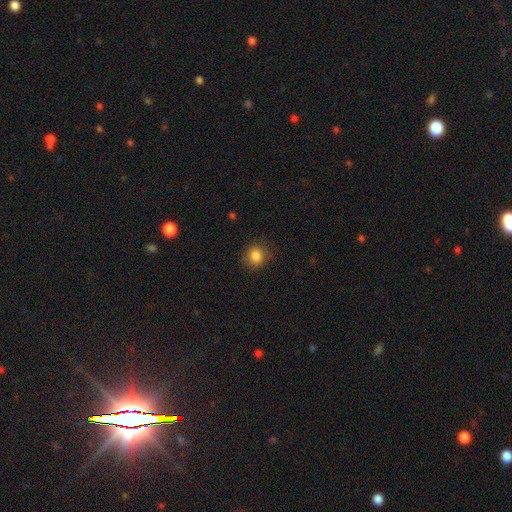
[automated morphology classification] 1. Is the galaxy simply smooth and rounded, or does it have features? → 84% smooth, 10% star or artifact, 6% featured or disk.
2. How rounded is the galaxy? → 73% round, 26% in between, 1% cigar-shaped.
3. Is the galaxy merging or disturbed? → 79% none, 15% minor disturbance, 5% major disturbance, 1% merger.